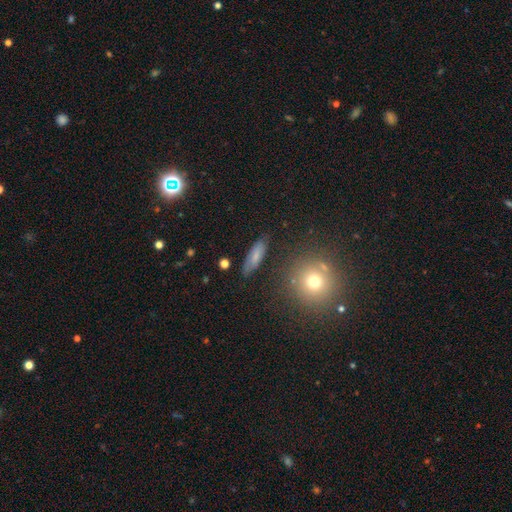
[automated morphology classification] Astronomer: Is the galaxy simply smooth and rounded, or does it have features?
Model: smooth — 69%.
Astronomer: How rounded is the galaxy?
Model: in between — 53% (runner-up: cigar-shaped, 43%).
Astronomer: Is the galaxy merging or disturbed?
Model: none — 78%.